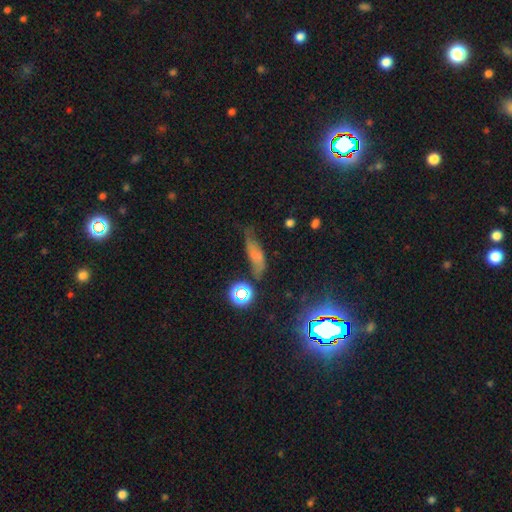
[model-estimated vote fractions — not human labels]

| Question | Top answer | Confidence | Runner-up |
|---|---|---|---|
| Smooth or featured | smooth | 53% | featured or disk (26%) |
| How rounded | in between | 47% | cigar-shaped (45%) |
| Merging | none | 47% | minor disturbance (30%) |